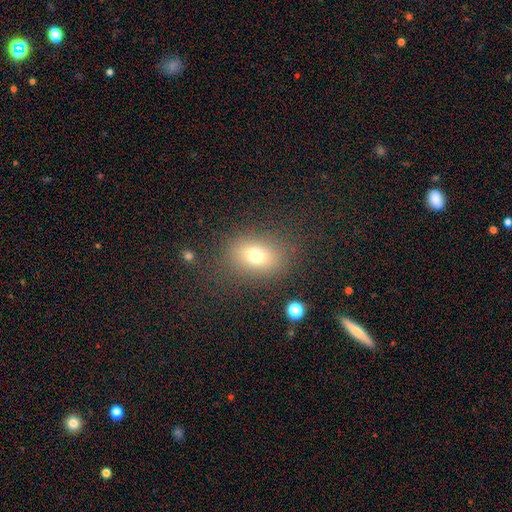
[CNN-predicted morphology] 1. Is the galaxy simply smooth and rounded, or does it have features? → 73% smooth, 14% featured or disk, 13% star or artifact.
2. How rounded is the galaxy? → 71% in between, 27% round, 2% cigar-shaped.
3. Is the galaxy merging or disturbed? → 80% none, 12% minor disturbance, 6% major disturbance, 2% merger.